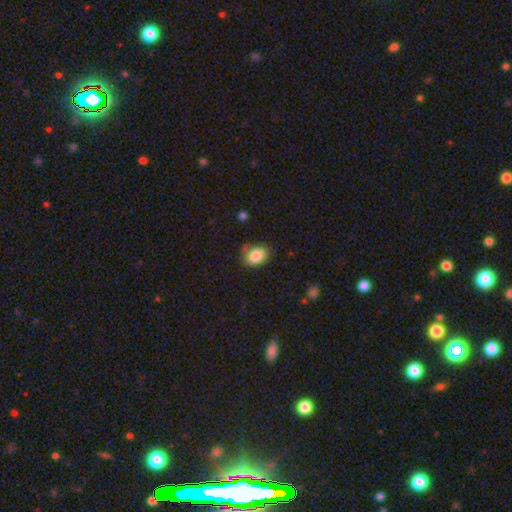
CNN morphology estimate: Smooth or featured?
  - smooth: 83% *
  - featured or disk: 9%
  - star or artifact: 8%
How rounded?
  - in between: 65% *
  - round: 34%
  - cigar-shaped: 1%
Merging?
  - none: 62% *
  - minor disturbance: 28%
  - major disturbance: 8%
  - merger: 2%